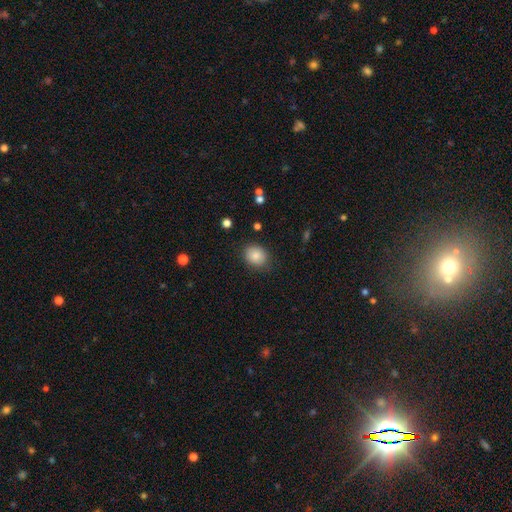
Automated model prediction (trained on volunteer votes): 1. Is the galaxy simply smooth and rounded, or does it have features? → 84% smooth, 9% star or artifact, 6% featured or disk.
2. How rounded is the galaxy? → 57% round, 42% in between, 1% cigar-shaped.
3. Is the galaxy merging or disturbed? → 83% none, 12% minor disturbance, 3% major disturbance, 1% merger.